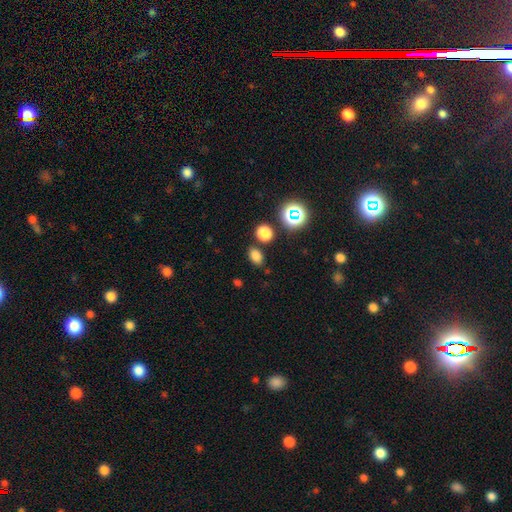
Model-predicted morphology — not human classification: Smooth or featured?
  - smooth: 76% *
  - star or artifact: 18%
  - featured or disk: 6%
How rounded?
  - in between: 75% *
  - round: 24%
  - cigar-shaped: 1%
Merging?
  - none: 80% *
  - minor disturbance: 10%
  - merger: 8%
  - major disturbance: 3%